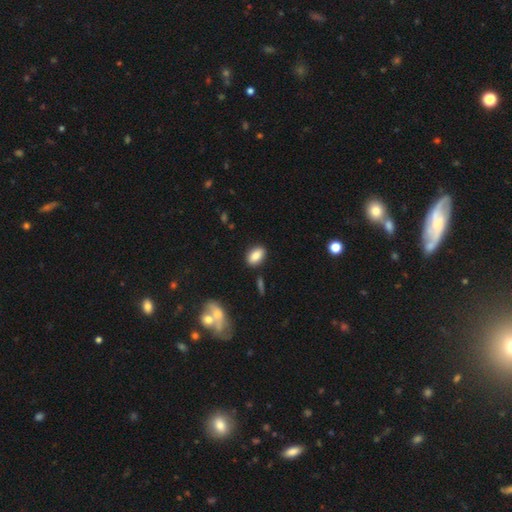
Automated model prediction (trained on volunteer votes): Smooth or featured? smooth (85%)
How rounded? in between (89%)
Merging? none (87%)